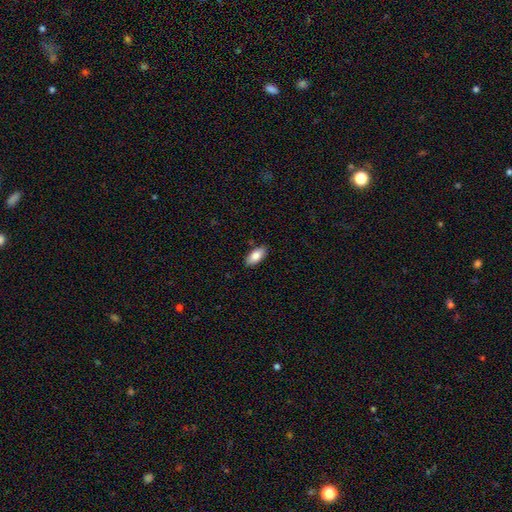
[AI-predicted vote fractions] The model was most divided on "smooth or featured": smooth: 83%, featured or disk: 11%, star or artifact: 6%. More confident: how rounded — in between (89%); merging — none (87%).